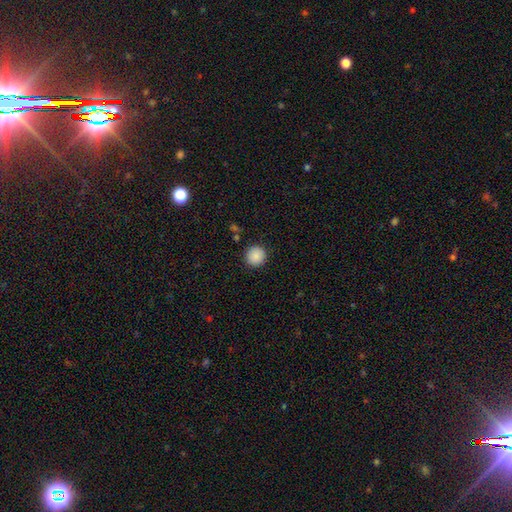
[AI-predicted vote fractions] A smooth galaxy with no disk features (88%) that is round (95%).

Vote fractions:
- Smooth or featured? smooth: 88% / star or artifact: 8% / featured or disk: 3%
- How rounded? round: 95% / in between: 4% / cigar-shaped: 1%
- Merging? none: 91% / minor disturbance: 6% / major disturbance: 2% / merger: 1%